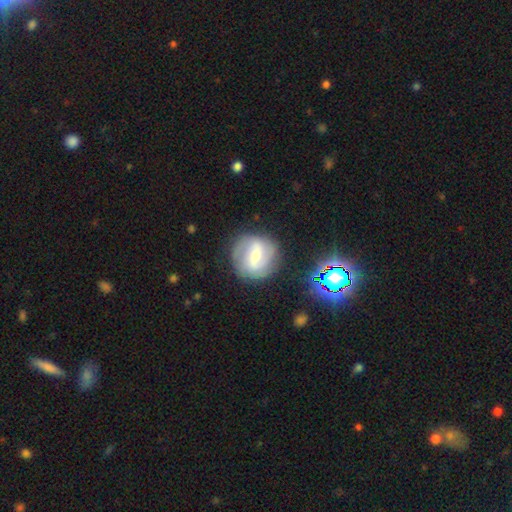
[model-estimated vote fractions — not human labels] Smooth or featured? Predicted: featured or disk (p=0.70). Edge-on disk? Predicted: no (p=0.97). Bar? Predicted: weak (p=0.49). Spiral arms? Predicted: yes (p=0.87). Spiral winding? Predicted: medium (p=0.43). Spiral arm count? Predicted: 2 (p=0.60). Bulge size? Predicted: moderate (p=0.51). Merging? Predicted: none (p=0.79).